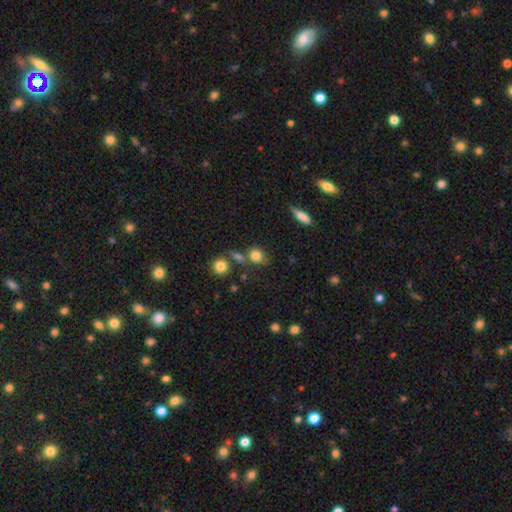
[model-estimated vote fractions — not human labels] Smooth or featured? Predicted: smooth (p=0.81). How rounded? Predicted: round (p=0.70). Merging? Predicted: none (p=0.60).